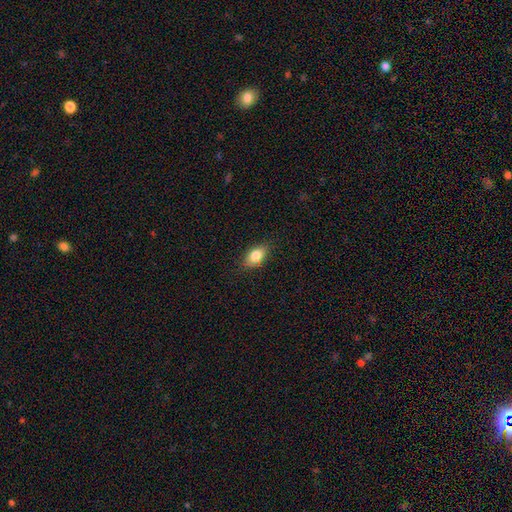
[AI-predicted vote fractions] smooth 82%, featured or disk 10%, star or artifact 8%. Down the decision tree: how rounded — in between (86%); merging — none (83%).